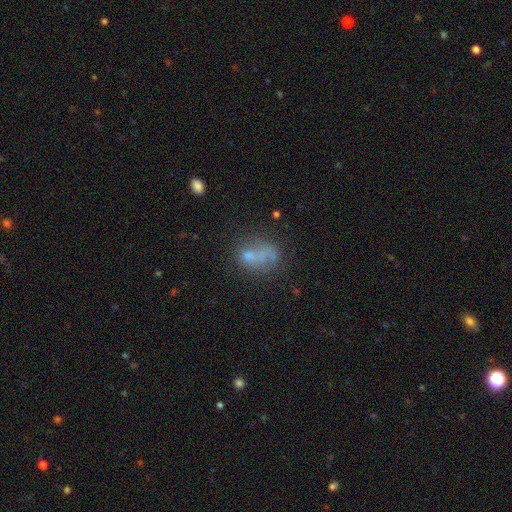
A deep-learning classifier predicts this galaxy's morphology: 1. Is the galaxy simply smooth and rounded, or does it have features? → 55% smooth, 28% featured or disk, 18% star or artifact.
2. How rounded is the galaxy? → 67% in between, 30% round, 3% cigar-shaped.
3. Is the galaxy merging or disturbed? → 33% none, 25% merger, 23% major disturbance, 19% minor disturbance.